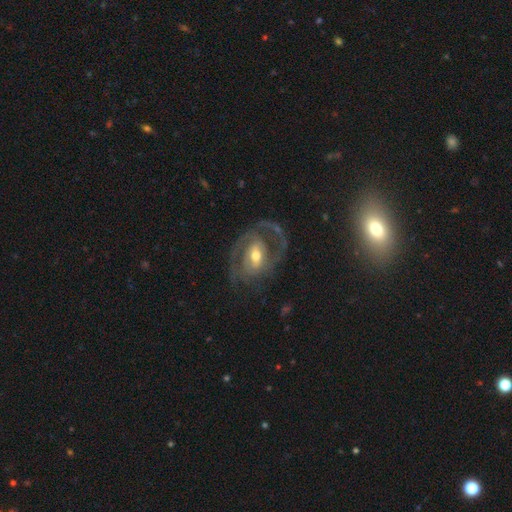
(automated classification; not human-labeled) Smooth or featured?
  - featured or disk: 84% *
  - smooth: 11%
  - star or artifact: 5%
Edge-on disk?
  - no: 96% *
  - yes: 4%
Bar?
  - weak: 43% *
  - strong: 33%
  - no: 24%
Spiral arms?
  - yes: 86% *
  - no: 14%
Spiral winding?
  - medium: 46% *
  - tight: 34%
  - loose: 20%
Spiral arm count?
  - 2: 66% *
  - can't tell: 13%
  - 1: 9%
  - 3: 6%
  - 4: 2%
  - more than 4: 2%
Bulge size?
  - moderate: 70% *
  - small: 20%
  - large: 8%
  - none: 1%
  - dominant: 1%
Merging?
  - none: 59% *
  - major disturbance: 21%
  - minor disturbance: 18%
  - merger: 2%